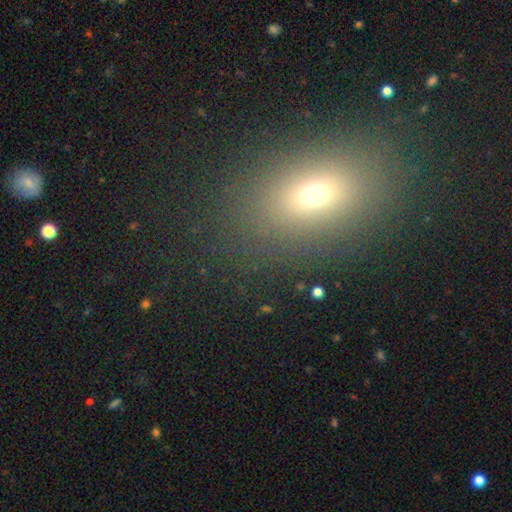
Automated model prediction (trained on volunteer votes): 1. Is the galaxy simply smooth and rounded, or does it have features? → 62% smooth, 24% star or artifact, 14% featured or disk.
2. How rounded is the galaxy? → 73% in between, 23% round, 4% cigar-shaped.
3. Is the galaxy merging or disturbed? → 86% none, 8% minor disturbance, 4% major disturbance, 2% merger.